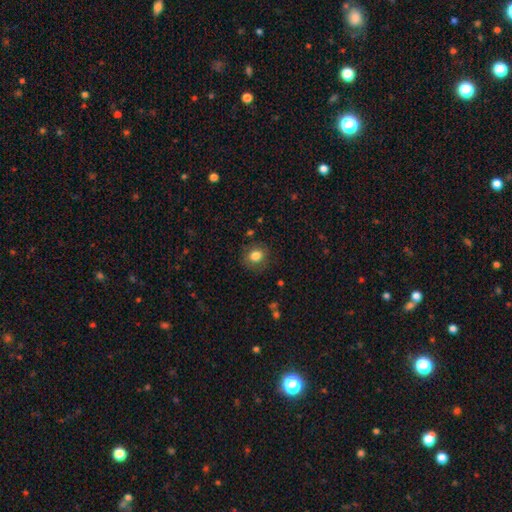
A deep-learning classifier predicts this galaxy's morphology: Smooth or featured? Predicted: smooth (p=0.81). How rounded? Predicted: round (p=0.68). Merging? Predicted: none (p=0.82).